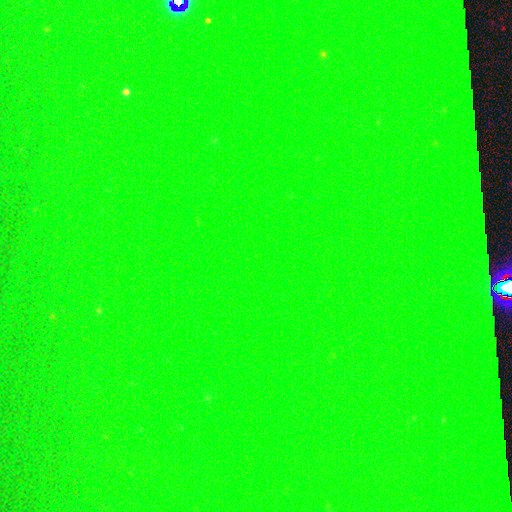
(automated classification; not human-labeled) A star or artifact, not a galaxy (77%).